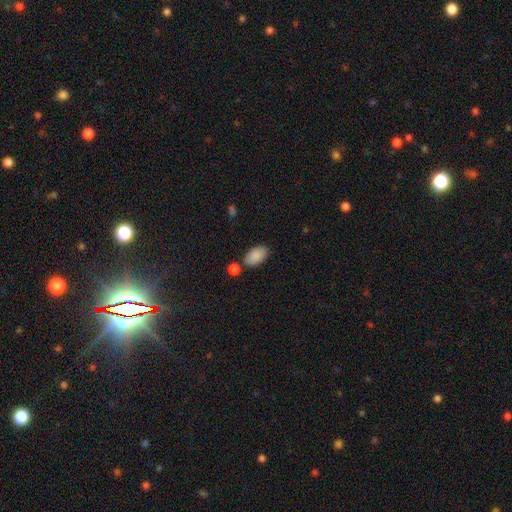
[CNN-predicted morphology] smooth-or-featured: smooth: 88% | star or artifact: 7% | featured or disk: 5%
  how-rounded: in between: 94% | round: 4% | cigar-shaped: 2%
  merging: none: 74% | minor disturbance: 13% | merger: 10% | major disturbance: 3%